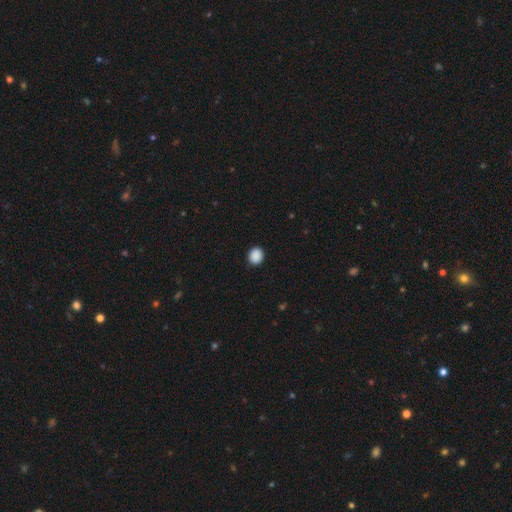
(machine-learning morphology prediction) Q: Smooth or featured?
A: smooth (89%); runner-up: star or artifact (9%)
Q: How rounded?
A: round (76%); runner-up: in between (23%)
Q: Merging?
A: none (91%); runner-up: minor disturbance (6%)